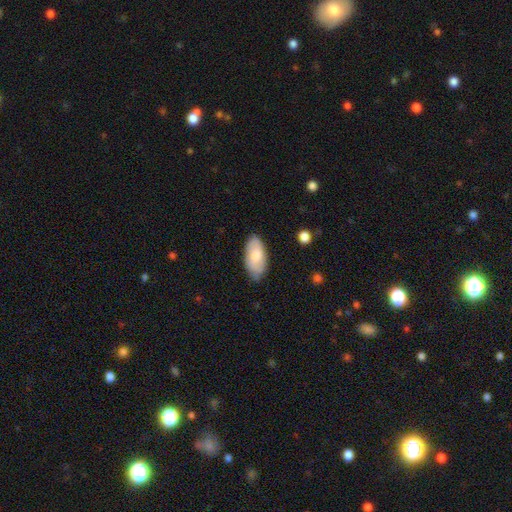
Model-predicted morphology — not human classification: The model was most divided on "smooth or featured": smooth: 70%, featured or disk: 24%, star or artifact: 6%. More confident: how rounded — in between (93%); merging — none (77%).